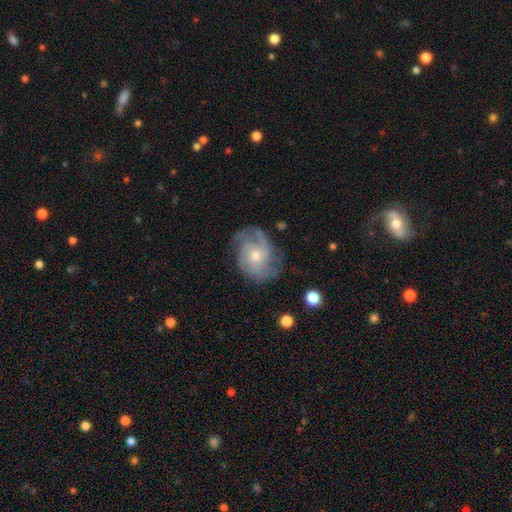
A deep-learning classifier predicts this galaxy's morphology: Smooth or featured? featured or disk (80%)
Edge-on disk? no (98%)
Bar? no (74%)
Spiral arms? yes (93%)
Spiral winding? tight (43%)
Spiral arm count? 3 (29%)
Bulge size? small (51%)
Merging? none (70%)